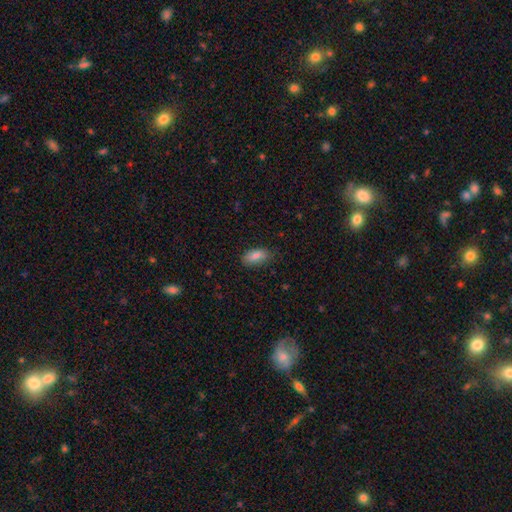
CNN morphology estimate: The model was most divided on "merging": none: 77%, minor disturbance: 19%, major disturbance: 3%, merger: 1%. More confident: how rounded — in between (89%); smooth or featured — smooth (82%).